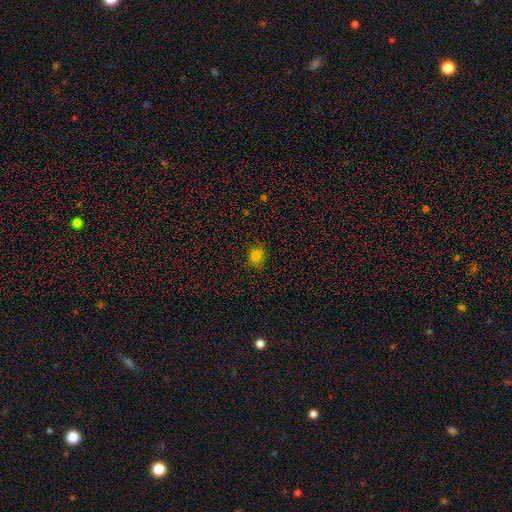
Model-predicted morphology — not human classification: This is likely a smooth galaxy (77%). How rounded: likely round (60%). Merging: clearly none (82%).